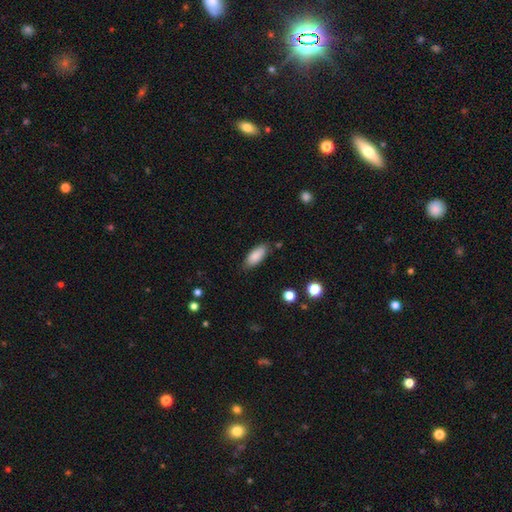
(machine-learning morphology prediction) smooth-or-featured: smooth: 86% | featured or disk: 7% | star or artifact: 7%
  how-rounded: in between: 82% | cigar-shaped: 16% | round: 2%
  merging: none: 81% | minor disturbance: 14% | major disturbance: 3% | merger: 2%